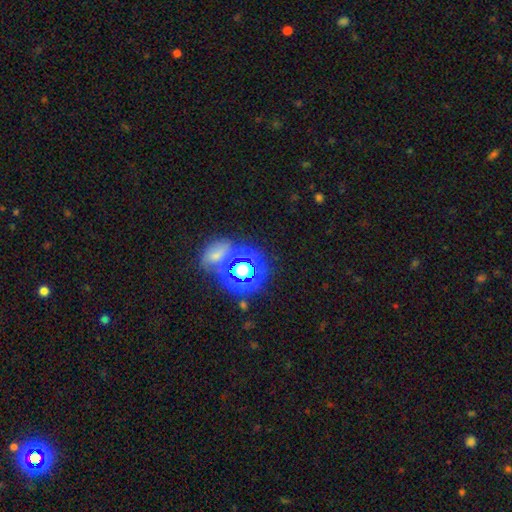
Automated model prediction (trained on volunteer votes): Smooth or featured? star or artifact (62%)